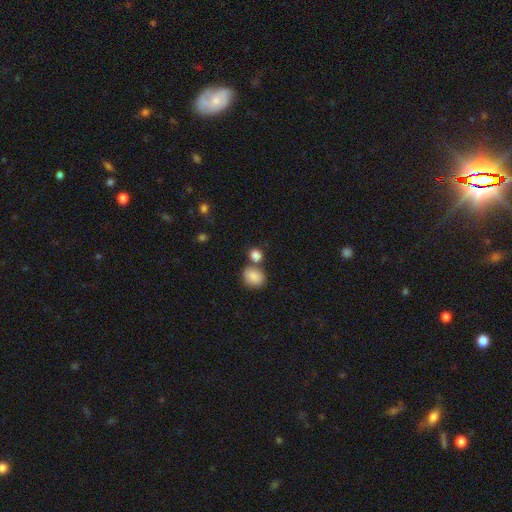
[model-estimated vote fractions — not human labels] smooth-or-featured: smooth: 85% | star or artifact: 9% | featured or disk: 5%
  how-rounded: round: 64% | in between: 35% | cigar-shaped: 1%
  merging: none: 53% | merger: 33% | minor disturbance: 10% | major disturbance: 4%